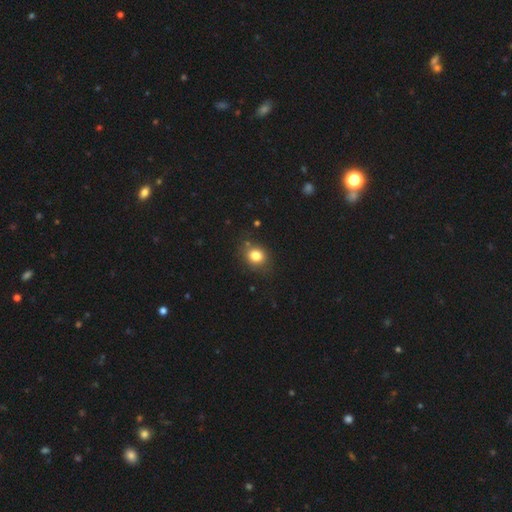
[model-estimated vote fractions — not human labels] smooth_or_featured: smooth (p=0.81) [alt: star or artifact p=0.11]
how_rounded: round (p=0.64) [alt: in between p=0.35]
merging: none (p=0.78) [alt: minor disturbance p=0.14]